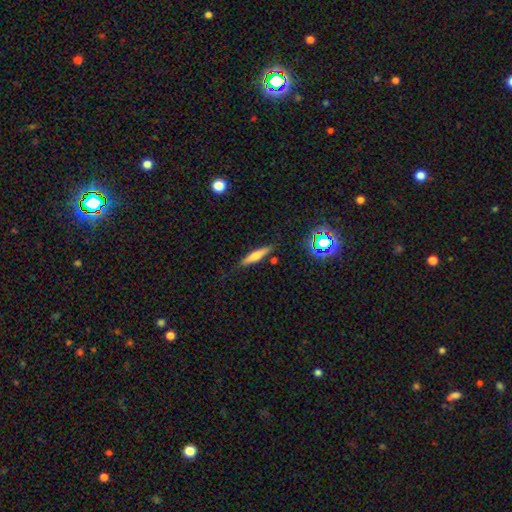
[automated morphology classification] smooth_or_featured: smooth (p=0.52) [alt: featured or disk p=0.38]
how_rounded: cigar-shaped (p=0.83) [alt: in between p=0.15]
merging: none (p=0.83) [alt: minor disturbance p=0.12]